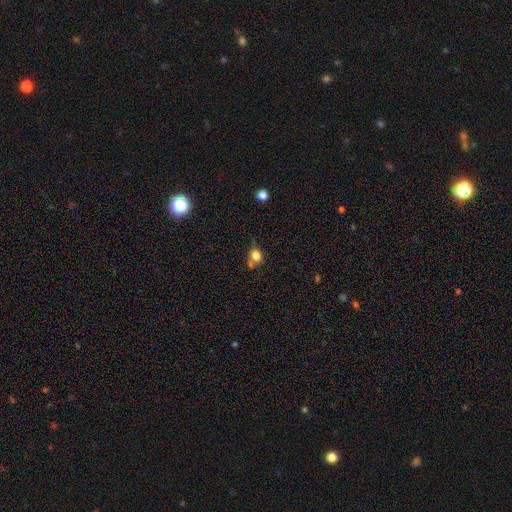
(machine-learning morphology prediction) This is likely a smooth galaxy (79%). How rounded: likely round (69%). Merging: possibly none (52%).